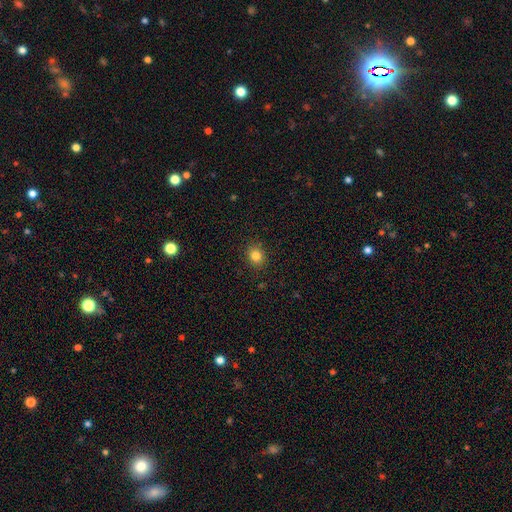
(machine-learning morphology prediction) smooth 83%, star or artifact 12%, featured or disk 6%. Down the decision tree: how rounded — round (68%); merging — none (89%).